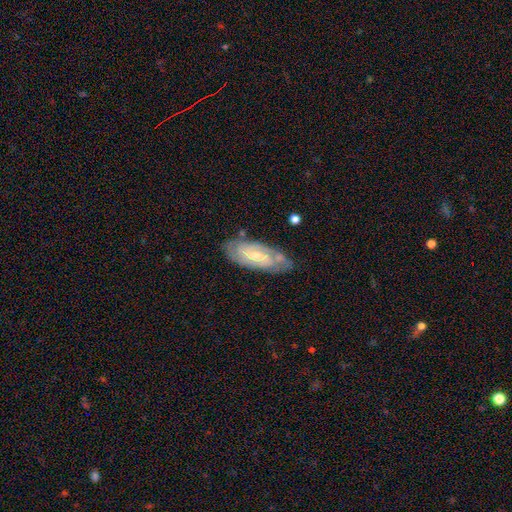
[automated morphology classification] The model was most divided on "spiral winding": tight: 52%, medium: 38%, loose: 10%. Remaining: spiral arms — yes (94%); edge-on disk — no (93%); smooth or featured — featured or disk (79%); merging — none (74%); bulge size — small (69%); spiral arm count — 2 (63%); bar — weak (50%).